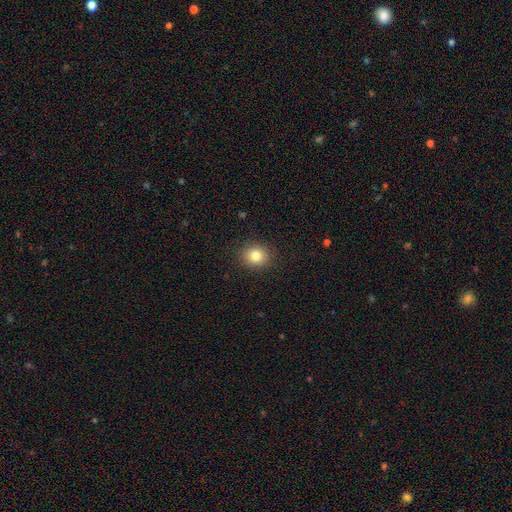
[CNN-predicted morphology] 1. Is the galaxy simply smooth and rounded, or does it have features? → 82% smooth, 11% star or artifact, 7% featured or disk.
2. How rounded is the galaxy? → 75% round, 24% in between, 1% cigar-shaped.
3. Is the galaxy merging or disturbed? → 89% none, 7% minor disturbance, 2% major disturbance, 1% merger.